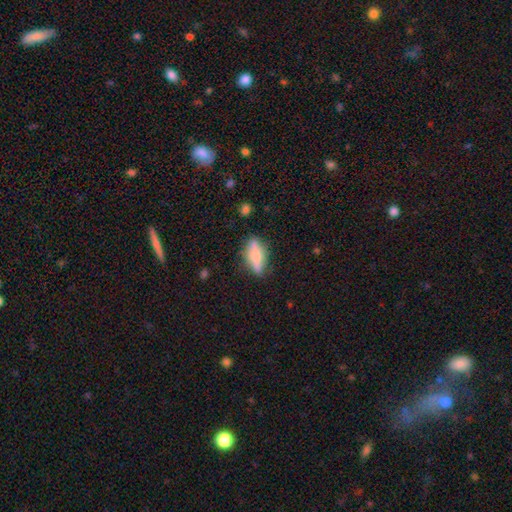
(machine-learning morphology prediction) Smooth or featured: smooth — 58% (featured or disk — 34%)
How rounded: in between — 59% (cigar-shaped — 37%)
Merging: none — 70% (minor disturbance — 20%)